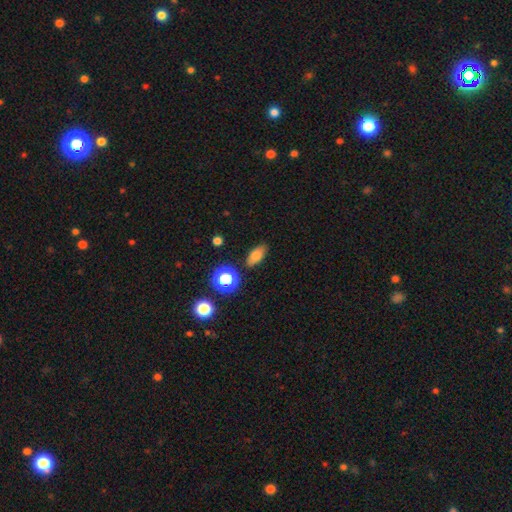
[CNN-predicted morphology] Smooth or featured? Predicted: smooth (p=0.74). How rounded? Predicted: in between (p=0.81). Merging? Predicted: none (p=0.85).